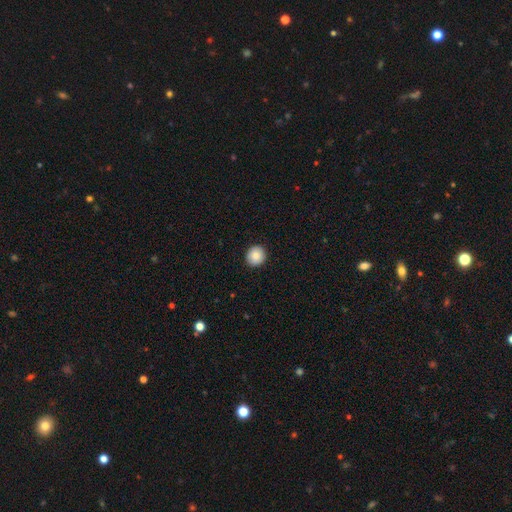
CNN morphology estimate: Overall: smooth (86%). How rounded: round (91%). Merging: none (92%).